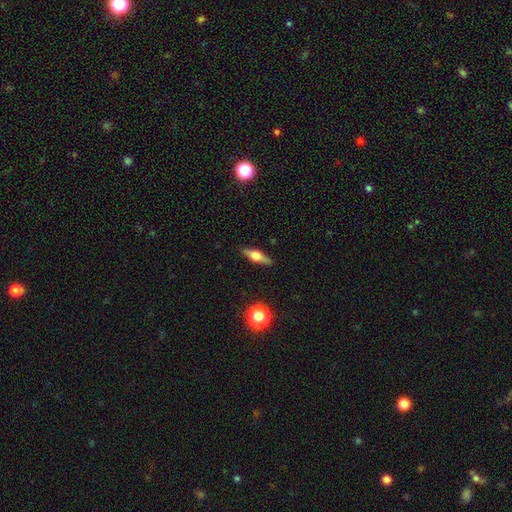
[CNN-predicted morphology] The model was most divided on "smooth or featured": featured or disk: 54%, smooth: 38%, star or artifact: 8%. More confident: edge-on disk — yes (94%); edge-on bulge — rounded (91%); merging — none (89%).